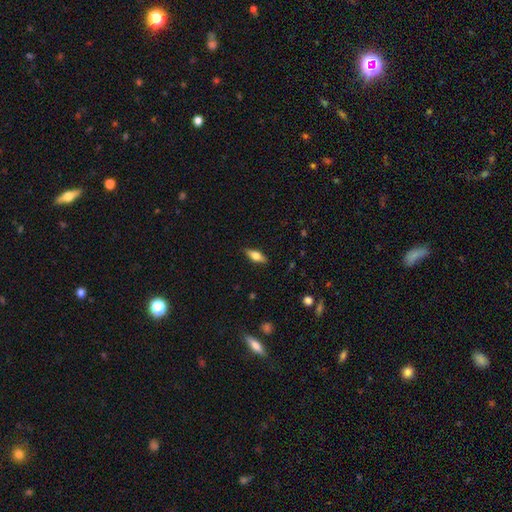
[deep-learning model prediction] Smooth or featured?
  - smooth: 57% *
  - featured or disk: 36%
  - star or artifact: 7%
How rounded?
  - in between: 70% *
  - cigar-shaped: 27%
  - round: 3%
Merging?
  - none: 86% *
  - minor disturbance: 11%
  - major disturbance: 2%
  - merger: 1%